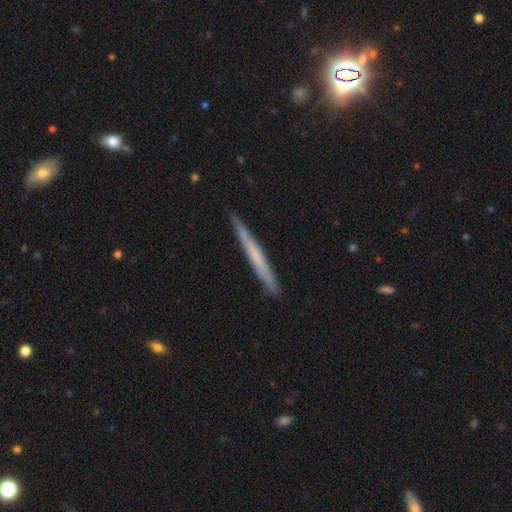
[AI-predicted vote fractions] smooth 48%, featured or disk 46%, star or artifact 6%. Down the decision tree: merging — none (89%).